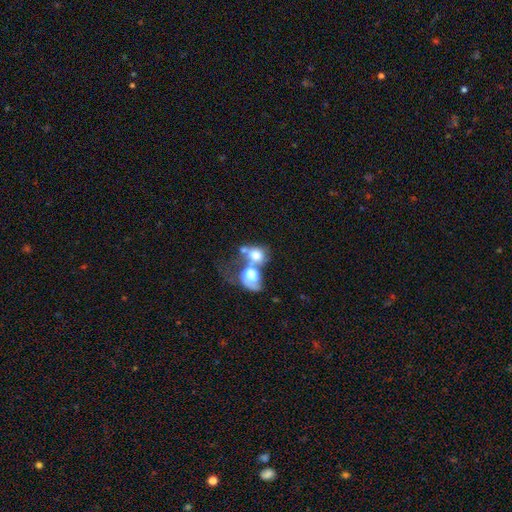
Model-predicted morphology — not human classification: smooth 61%, featured or disk 28%, star or artifact 11%. Down the decision tree: how rounded — round (50%); merging — merger (68%).